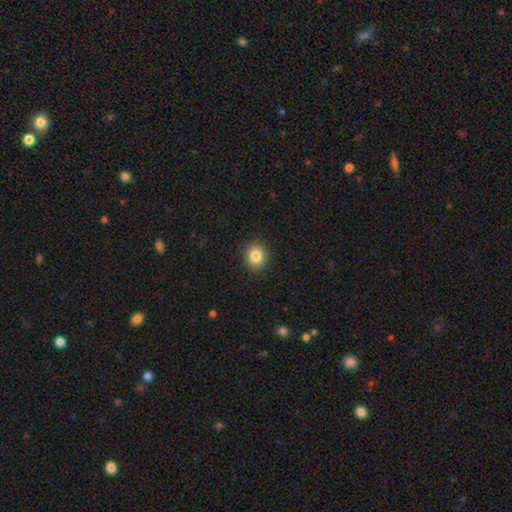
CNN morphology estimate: Smooth or featured: smooth — 84% (star or artifact — 10%)
How rounded: round — 78% (in between — 21%)
Merging: none — 91% (minor disturbance — 6%)